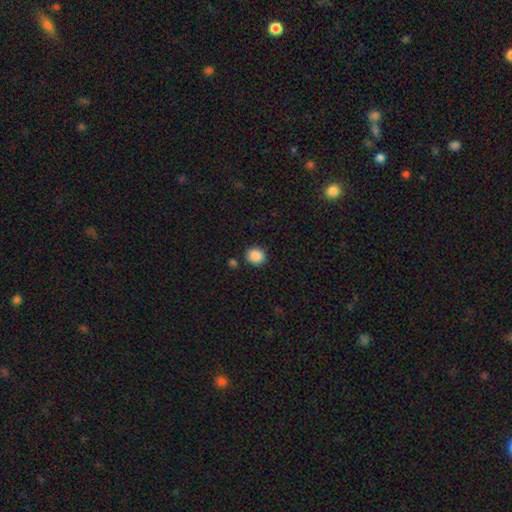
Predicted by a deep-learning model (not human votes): A smooth galaxy with no disk features (88%) that is round (81%).

Vote fractions:
- Smooth or featured? smooth: 88% / star or artifact: 9% / featured or disk: 3%
- How rounded? round: 81% / in between: 18% / cigar-shaped: 1%
- Merging? none: 84% / minor disturbance: 9% / merger: 4% / major disturbance: 3%